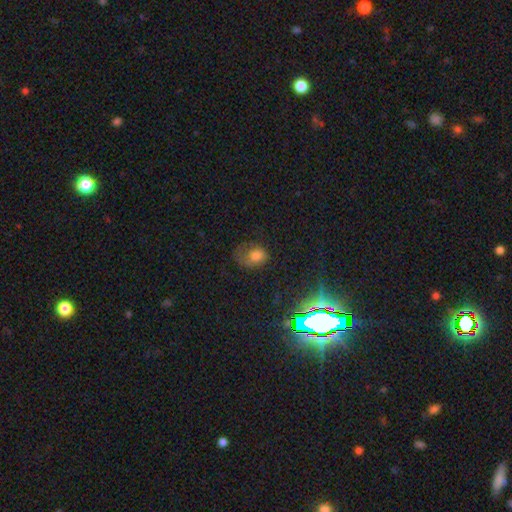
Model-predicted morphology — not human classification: Smooth or featured: smooth — 63% (featured or disk — 18%)
How rounded: in between — 61% (round — 38%)
Merging: none — 35% (tied with major disturbance — 35%)